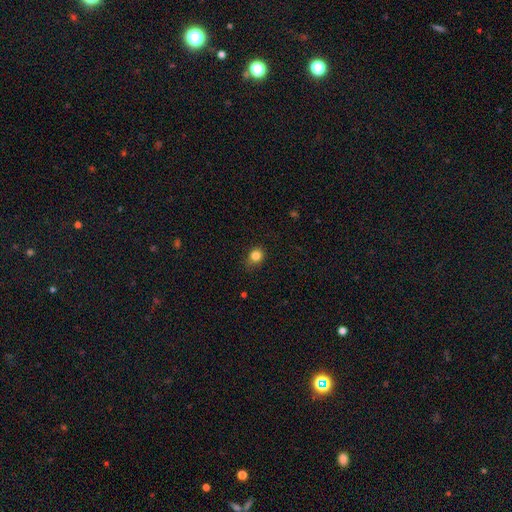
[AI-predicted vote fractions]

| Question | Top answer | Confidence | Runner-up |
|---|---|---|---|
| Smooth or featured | smooth | 83% | star or artifact (12%) |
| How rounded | round | 70% | in between (29%) |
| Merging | none | 73% | minor disturbance (21%) |